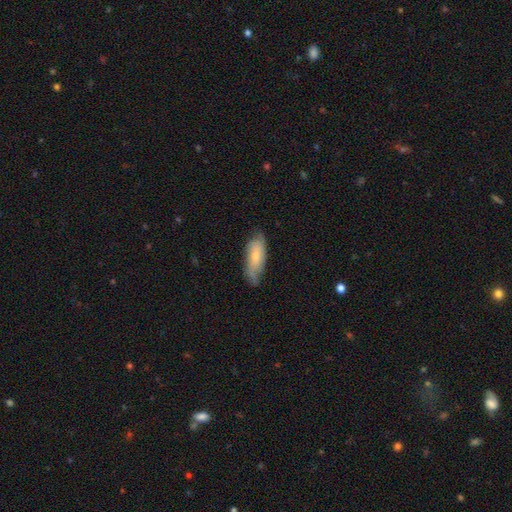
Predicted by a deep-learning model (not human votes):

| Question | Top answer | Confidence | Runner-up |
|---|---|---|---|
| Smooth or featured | smooth | 60% | featured or disk (34%) |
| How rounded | in between | 74% | cigar-shaped (24%) |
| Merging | none | 60% | minor disturbance (30%) |